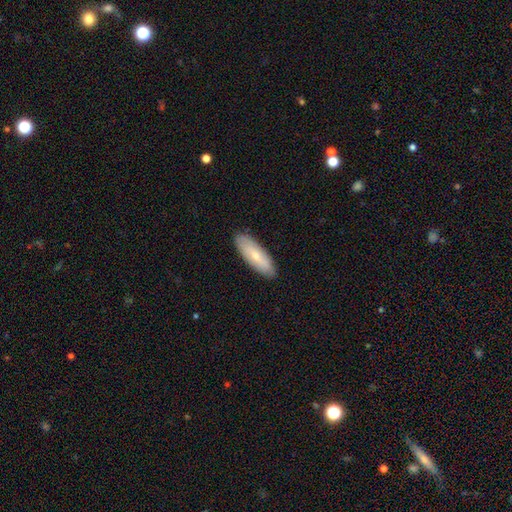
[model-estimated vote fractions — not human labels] smooth_or_featured: smooth (p=0.66) [alt: featured or disk p=0.29]
how_rounded: in between (p=0.60) [alt: cigar-shaped p=0.38]
merging: none (p=0.88) [alt: minor disturbance p=0.09]